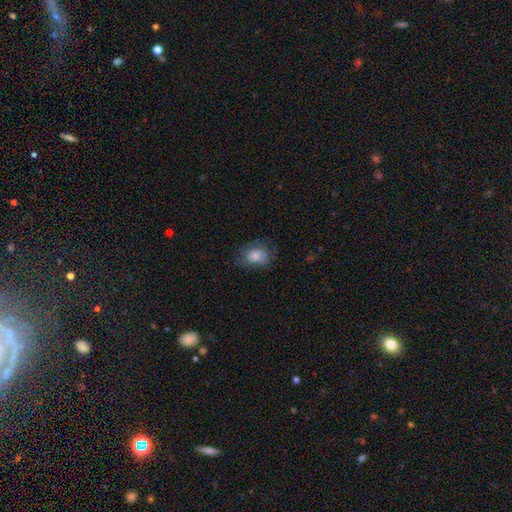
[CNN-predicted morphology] Smooth or featured? smooth (78%)
How rounded? in between (63%)
Merging? none (57%)